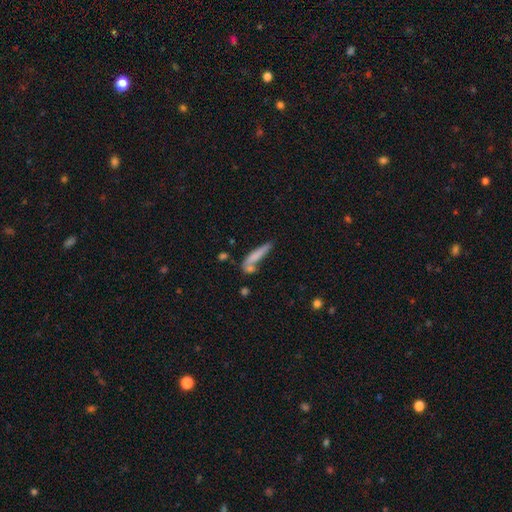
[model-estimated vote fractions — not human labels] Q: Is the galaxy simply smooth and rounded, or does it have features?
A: smooth — 71%.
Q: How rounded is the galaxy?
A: cigar-shaped — 85%.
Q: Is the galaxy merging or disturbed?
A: none — 51%.